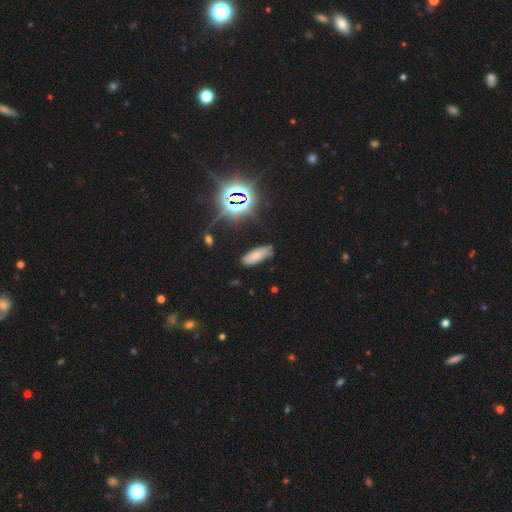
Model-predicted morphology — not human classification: A smooth galaxy with no disk features (63%) that is in between round and cigar-shaped (74%).

Vote fractions:
- Smooth or featured? smooth: 63% / star or artifact: 22% / featured or disk: 15%
- How rounded? in between: 74% / cigar-shaped: 23% / round: 3%
- Merging? none: 79% / minor disturbance: 15% / major disturbance: 4% / merger: 2%